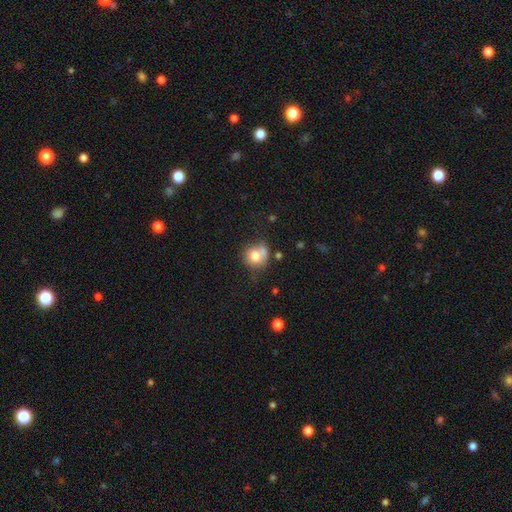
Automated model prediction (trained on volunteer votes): smooth 76%, featured or disk 15%, star or artifact 10%. Down the decision tree: how rounded — round (80%); merging — none (46%).